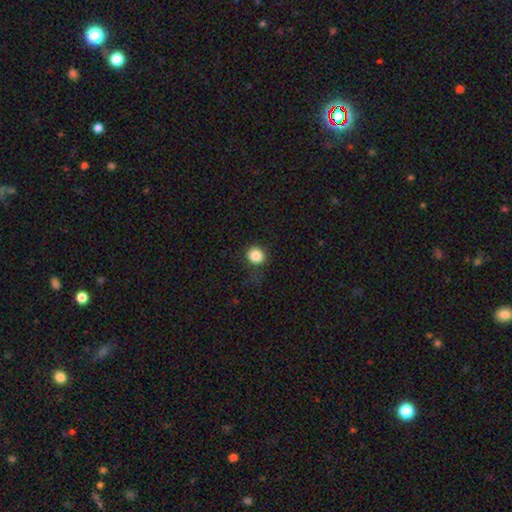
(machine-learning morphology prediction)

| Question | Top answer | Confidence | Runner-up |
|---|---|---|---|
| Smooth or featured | smooth | 85% | star or artifact (11%) |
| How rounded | round | 83% | in between (16%) |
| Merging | none | 81% | minor disturbance (13%) |